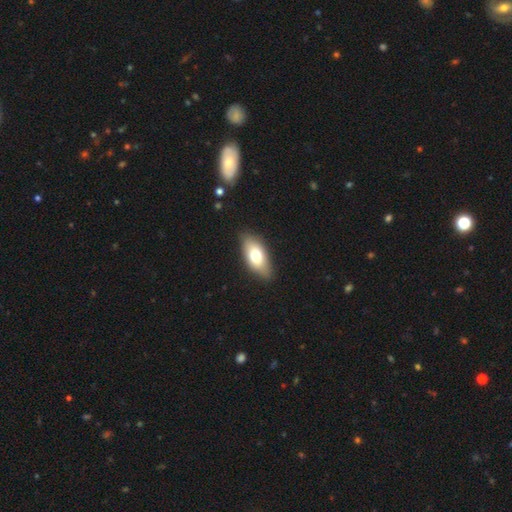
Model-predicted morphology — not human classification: The model was most divided on "smooth or featured": smooth: 67%, featured or disk: 26%, star or artifact: 7%. More confident: how rounded — in between (86%); merging — none (83%).